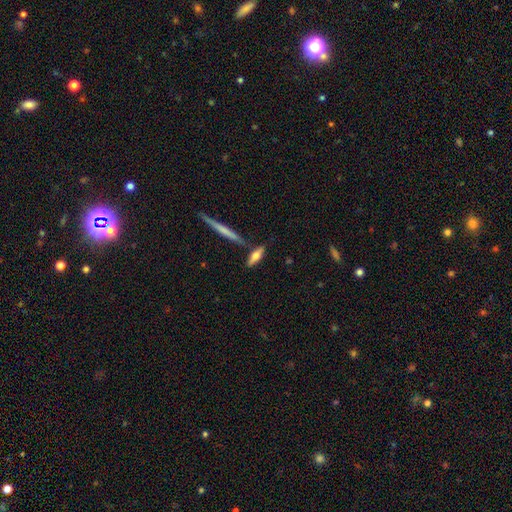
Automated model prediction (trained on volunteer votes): Overall: smooth (62%; featured or disk 32%). How rounded: cigar-shaped (51%; in between 46%). Merging: none (72%).